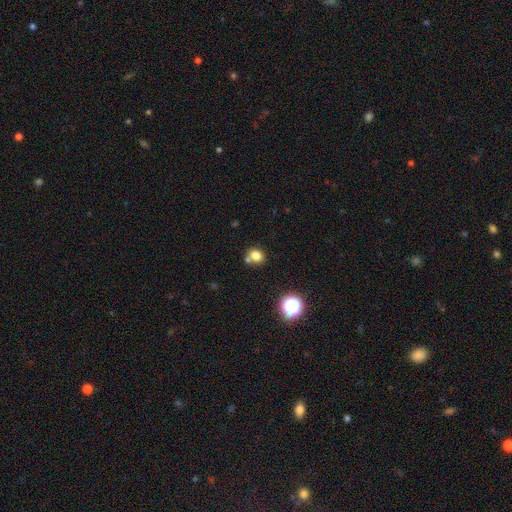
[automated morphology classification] smooth_or_featured: smooth (p=0.78) [alt: star or artifact p=0.14]
how_rounded: round (p=0.73) [alt: in between p=0.26]
merging: none (p=0.64) [alt: merger p=0.21]